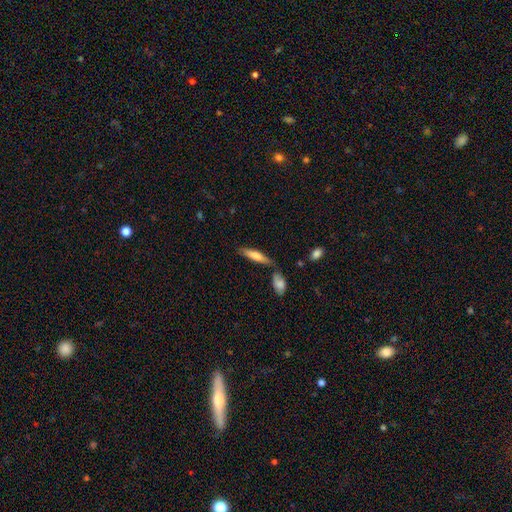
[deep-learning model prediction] A smooth galaxy with no disk features (72%) that is cigar-shaped (76%). Merging: none (65%).